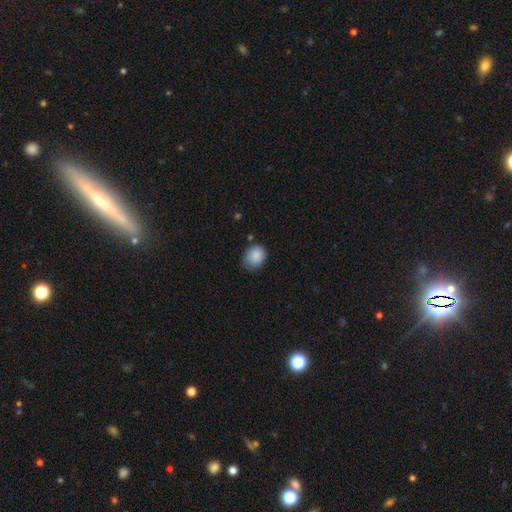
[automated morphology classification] smooth_or_featured: smooth (p=0.86) [alt: star or artifact p=0.07]
how_rounded: in between (p=0.50) [alt: round p=0.49]
merging: none (p=0.62) [alt: minor disturbance p=0.30]